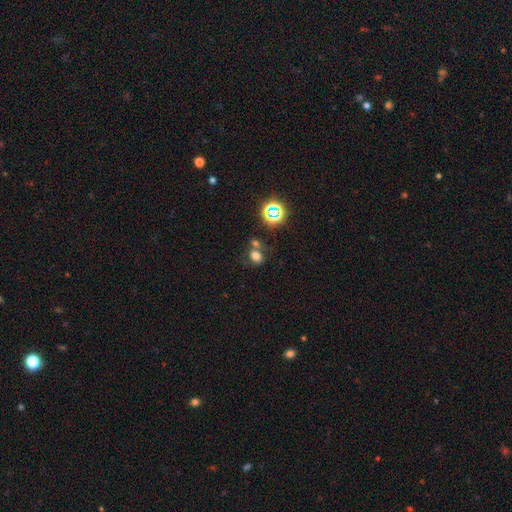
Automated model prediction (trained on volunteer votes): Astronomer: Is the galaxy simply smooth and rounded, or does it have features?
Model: smooth — 66%.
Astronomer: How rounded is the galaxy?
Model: in between — 61% (runner-up: round, 38%).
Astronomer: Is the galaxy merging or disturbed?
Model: none — 49% (runner-up: merger, 35%).